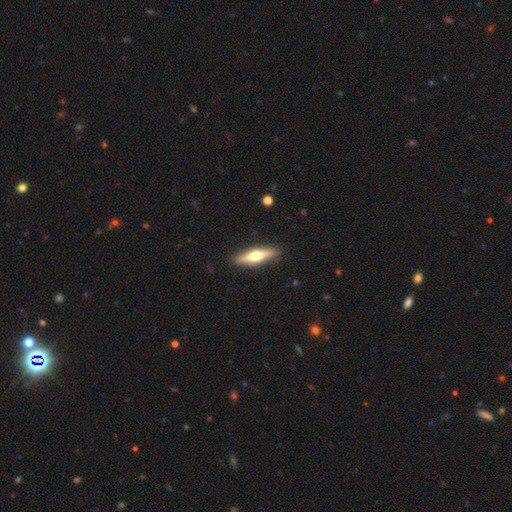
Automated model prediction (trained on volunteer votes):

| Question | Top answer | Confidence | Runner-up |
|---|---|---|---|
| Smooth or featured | smooth | 48% | featured or disk (47%) |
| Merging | none | 90% | minor disturbance (8%) |